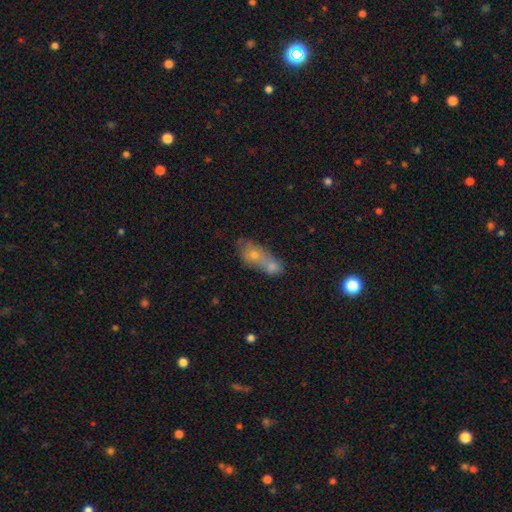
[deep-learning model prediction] smooth_or_featured: smooth (p=0.62) [alt: featured or disk p=0.27]
how_rounded: in between (p=0.66) [alt: round p=0.25]
merging: merger (p=0.68) [alt: none p=0.18]